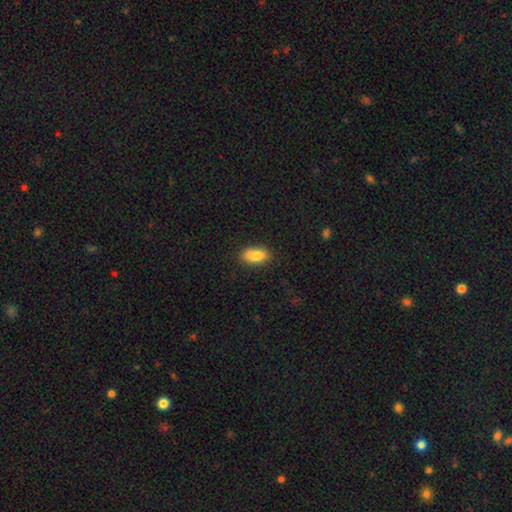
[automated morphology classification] This is clearly a smooth galaxy (82%). How rounded: clearly in between (90%). Merging: likely none (76%).